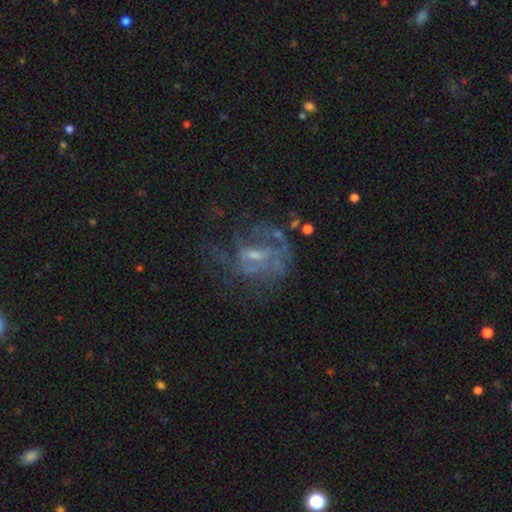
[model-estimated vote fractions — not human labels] Morphology: type=featured or disk (68%); edge-on=no (97%); bar=no (48%); spiral arms=yes (50%, tied with no); bulge=small (51%); merging=none (44%).